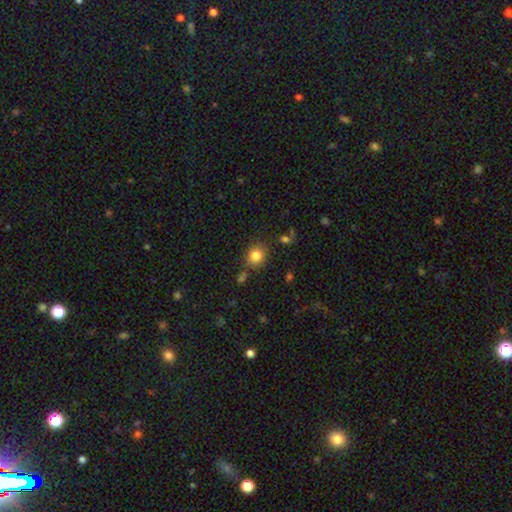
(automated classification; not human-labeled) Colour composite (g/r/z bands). It shows a smooth galaxy with no disk features (84%) that is round (72%). Merging: none (79%).